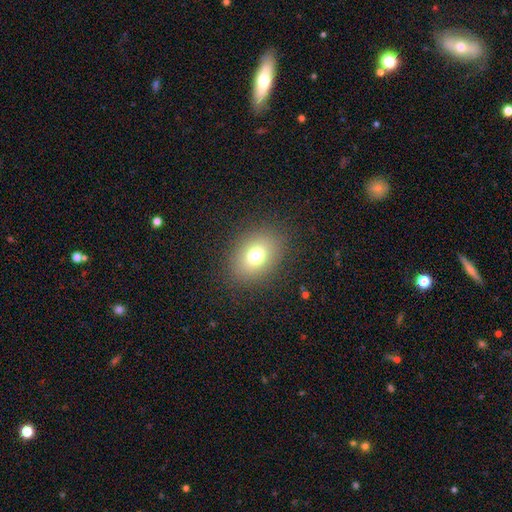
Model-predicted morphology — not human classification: smooth-or-featured: smooth: 73% | star or artifact: 14% | featured or disk: 12%
  how-rounded: in between: 58% | round: 41% | cigar-shaped: 1%
  merging: none: 87% | minor disturbance: 8% | major disturbance: 4% | merger: 1%